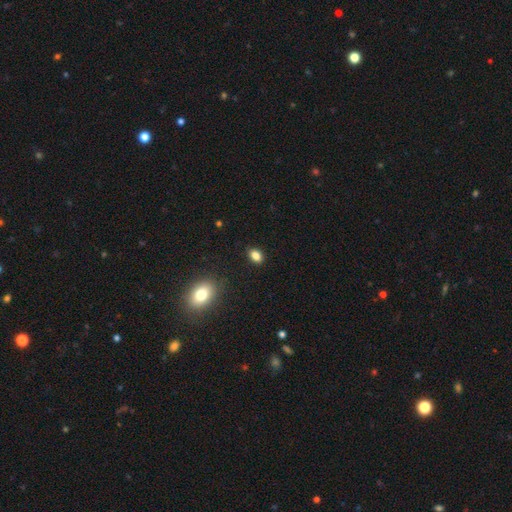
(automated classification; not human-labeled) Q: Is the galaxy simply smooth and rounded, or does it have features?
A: smooth — 84%.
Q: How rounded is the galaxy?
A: in between — 80%.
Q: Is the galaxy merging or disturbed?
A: none — 88%.